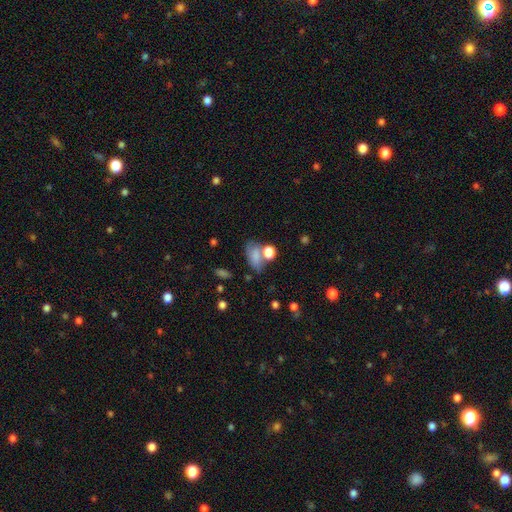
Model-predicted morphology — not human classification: type=smooth (75%); roundness=in between (81%); merging=none (43%).